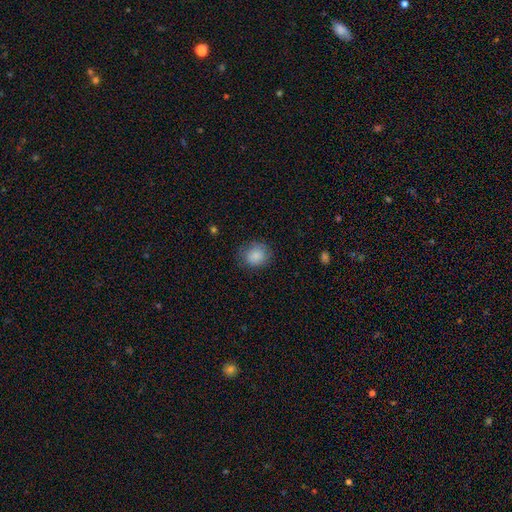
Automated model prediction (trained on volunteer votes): smooth_or_featured: smooth (p=0.86) [alt: star or artifact p=0.08]
how_rounded: round (p=0.73) [alt: in between p=0.26]
merging: none (p=0.77) [alt: minor disturbance p=0.17]